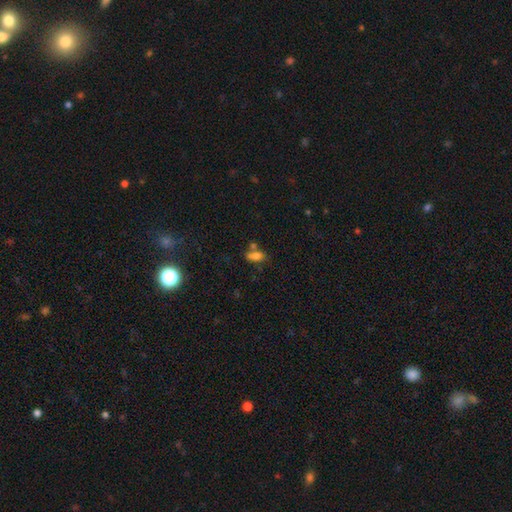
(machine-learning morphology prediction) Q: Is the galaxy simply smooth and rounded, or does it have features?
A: smooth — 74%.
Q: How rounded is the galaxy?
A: in between — 81%.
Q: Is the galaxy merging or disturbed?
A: none — 44%.